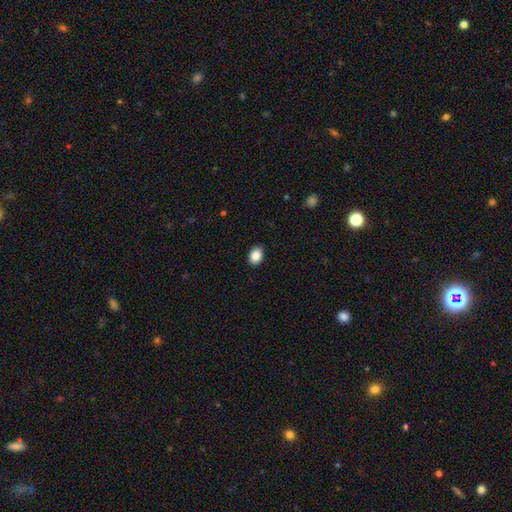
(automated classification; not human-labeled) Q: Smooth or featured?
A: smooth (88%); runner-up: star or artifact (8%)
Q: How rounded?
A: in between (77%); runner-up: round (22%)
Q: Merging?
A: none (90%); runner-up: minor disturbance (7%)